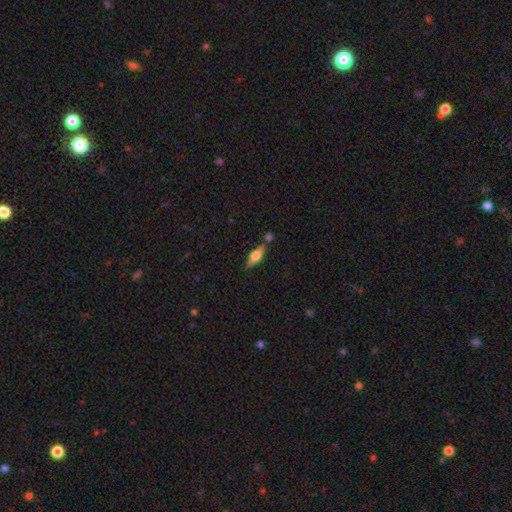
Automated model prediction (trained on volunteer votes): featured or disk 51%, smooth 43%, star or artifact 7%. Down the decision tree: edge-on disk — yes (92%); merging — none (73%).